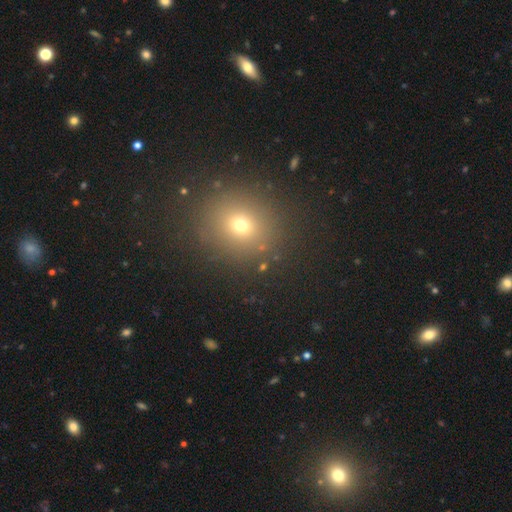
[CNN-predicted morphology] smooth_or_featured: smooth (p=0.60) [alt: star or artifact p=0.33]
how_rounded: round (p=0.82) [alt: in between p=0.17]
merging: none (p=0.90) [alt: minor disturbance p=0.06]